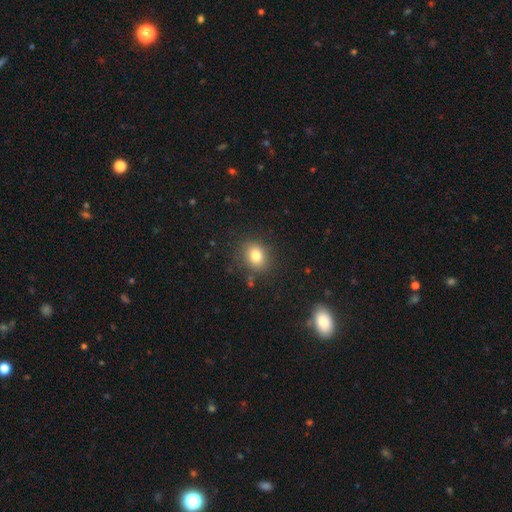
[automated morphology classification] Smooth or featured: smooth — 79% (star or artifact — 12%)
How rounded: round — 59% (in between — 40%)
Merging: none — 85% (minor disturbance — 10%)